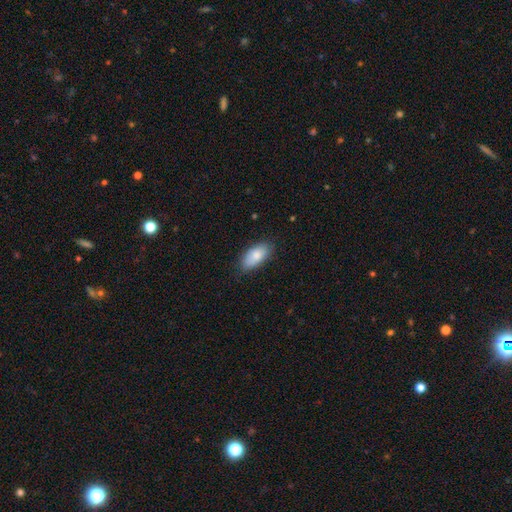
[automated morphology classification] Smooth or featured: smooth — 83% (featured or disk — 11%)
How rounded: in between — 91% (cigar-shaped — 6%)
Merging: none — 80% (minor disturbance — 16%)